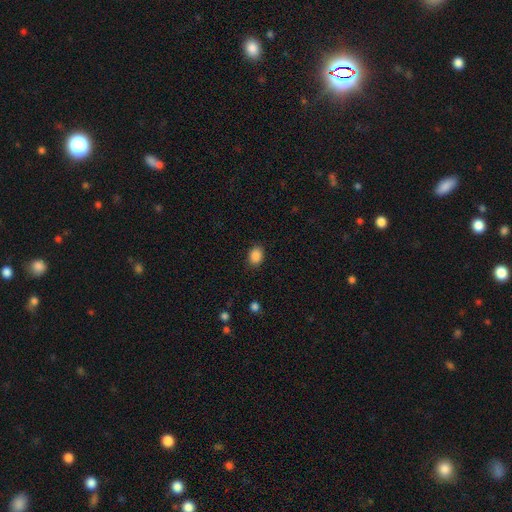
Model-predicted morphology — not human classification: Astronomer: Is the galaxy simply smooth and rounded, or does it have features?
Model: smooth — 88%.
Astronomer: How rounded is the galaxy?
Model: in between — 66%.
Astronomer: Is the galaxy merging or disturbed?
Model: none — 87%.